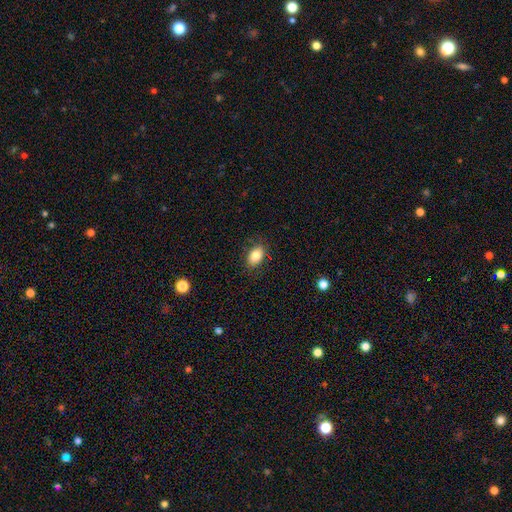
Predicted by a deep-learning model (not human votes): This appears to be a smooth galaxy with no disk features (83%) that is in between round and cigar-shaped (85%). Merging: none (83%).